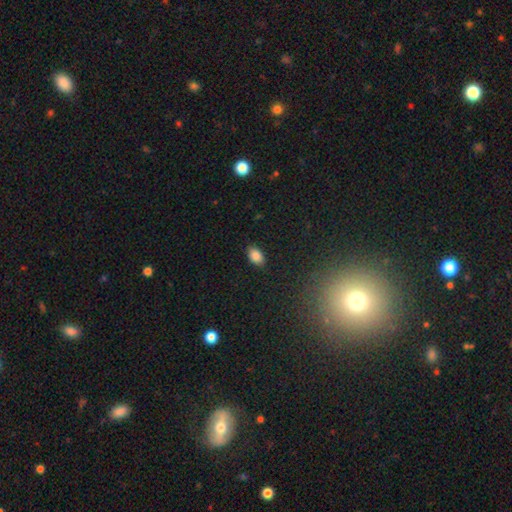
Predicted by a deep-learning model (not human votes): The model was most divided on "merging": none: 86%, minor disturbance: 11%, major disturbance: 2%, merger: 1%. More confident: how rounded — in between (88%); smooth or featured — smooth (85%).